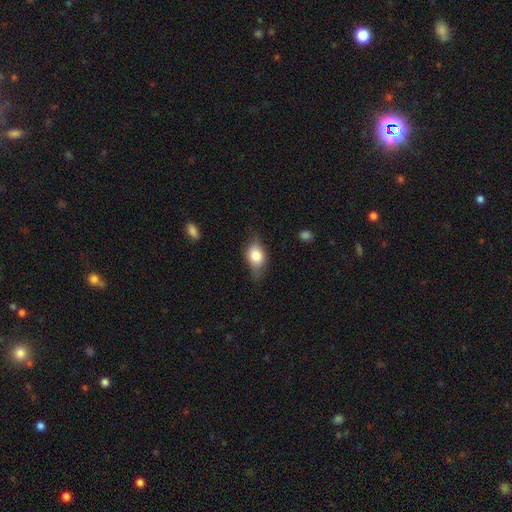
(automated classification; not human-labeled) Overall: smooth (71%). How rounded: in between (75%). Merging: none (63%; minor disturbance 28%).